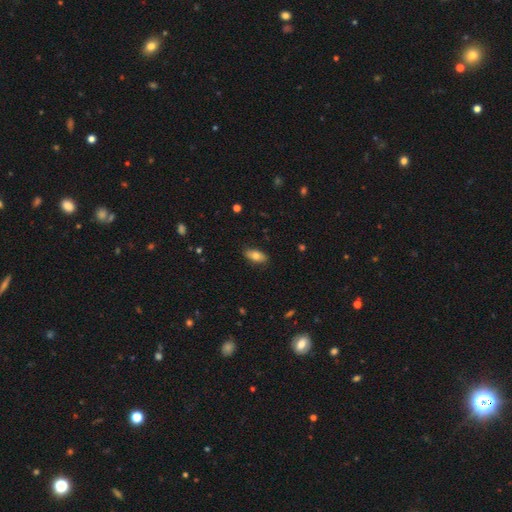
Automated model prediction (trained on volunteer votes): Smooth or featured? Predicted: smooth (p=0.77). How rounded? Predicted: in between (p=0.86). Merging? Predicted: none (p=0.86).